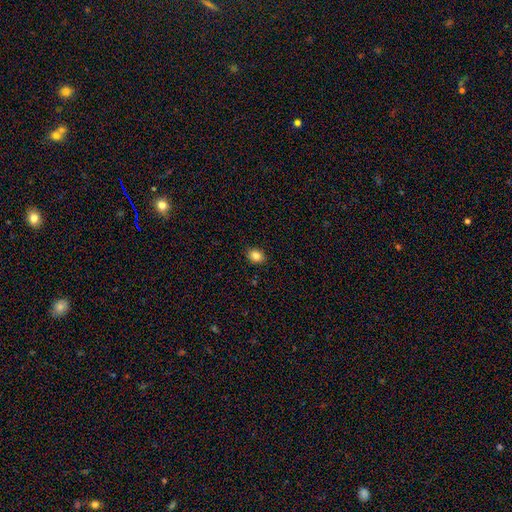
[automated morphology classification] This appears to be a smooth galaxy with no disk features (85%) that is in between round and cigar-shaped (50%). Merging: none (89%).